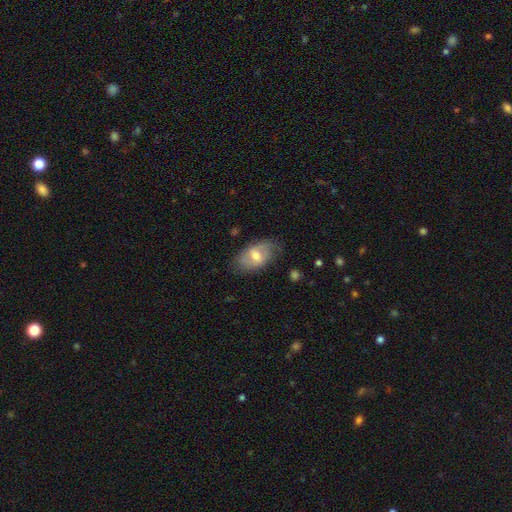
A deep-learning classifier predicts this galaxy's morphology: Smooth or featured: smooth — 54% (featured or disk — 39%)
How rounded: in between — 91% (round — 7%)
Merging: none — 71% (minor disturbance — 21%)